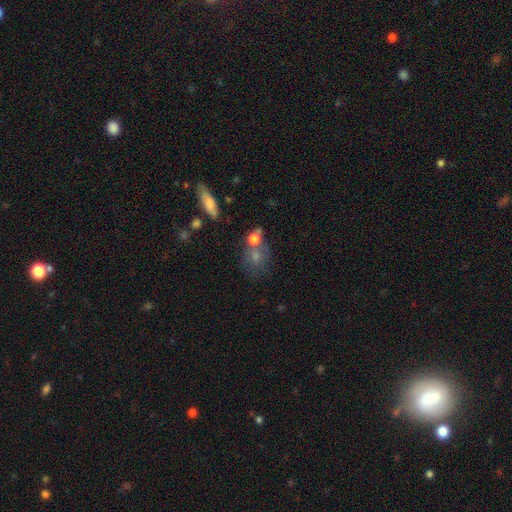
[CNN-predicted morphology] Smooth or featured? Predicted: smooth (p=0.52). How rounded? Predicted: round (p=0.59). Merging? Predicted: none (p=0.51).